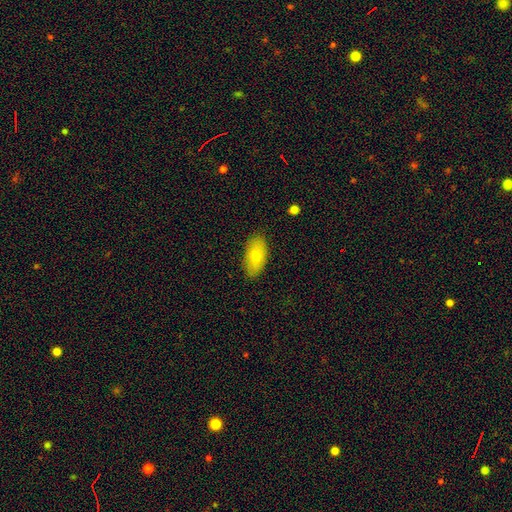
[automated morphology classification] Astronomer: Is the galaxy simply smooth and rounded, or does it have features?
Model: smooth — 75%.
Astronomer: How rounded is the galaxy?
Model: in between — 93%.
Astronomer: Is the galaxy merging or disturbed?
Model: none — 86%.